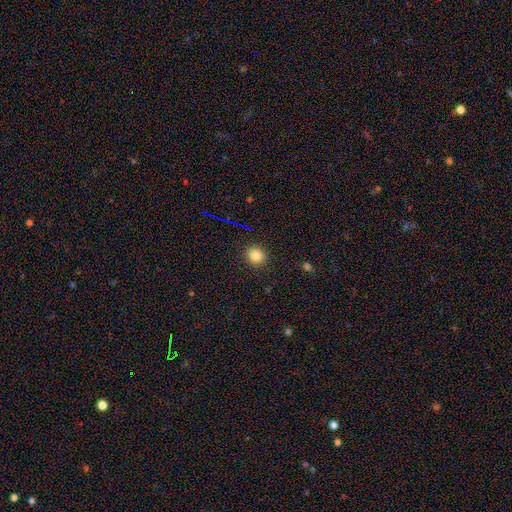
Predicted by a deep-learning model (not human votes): This appears to be a smooth galaxy with no disk features (81%) that is round (88%). Merging: none (90%).